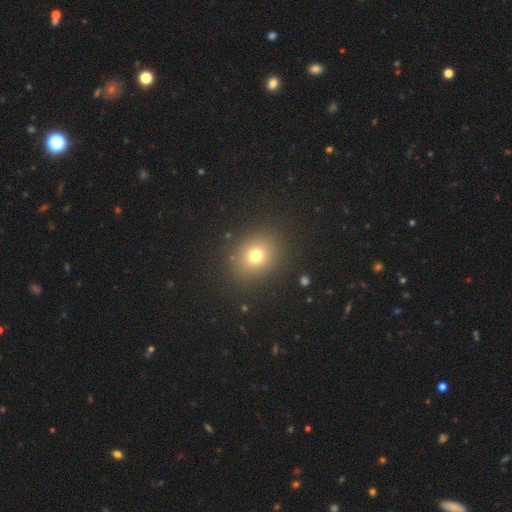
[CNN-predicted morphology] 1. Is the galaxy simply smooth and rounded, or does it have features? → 74% smooth, 17% star or artifact, 10% featured or disk.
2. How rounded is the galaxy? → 65% round, 34% in between, 1% cigar-shaped.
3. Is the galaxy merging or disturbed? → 88% none, 7% minor disturbance, 3% major disturbance, 1% merger.